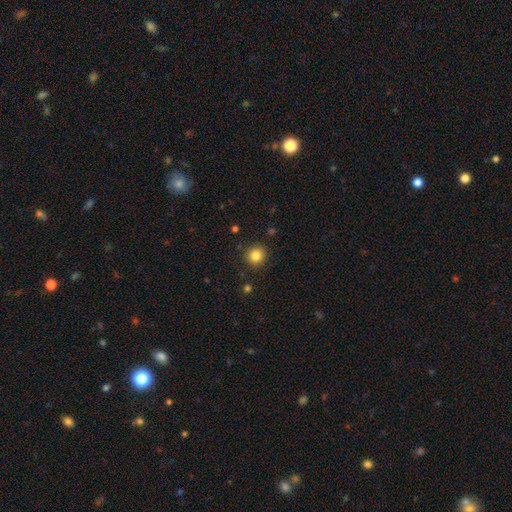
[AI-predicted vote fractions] This is clearly a smooth galaxy (83%). How rounded: clearly round (92%). Merging: clearly none (90%).